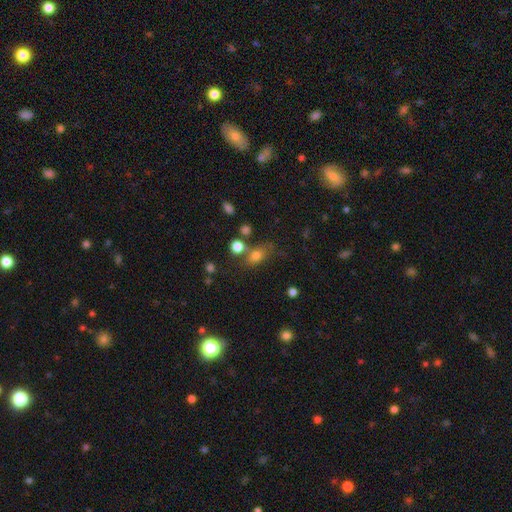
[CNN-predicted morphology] Smooth or featured? Predicted: smooth (p=0.75). How rounded? Predicted: in between (p=0.63). Merging? Predicted: none (p=0.55).